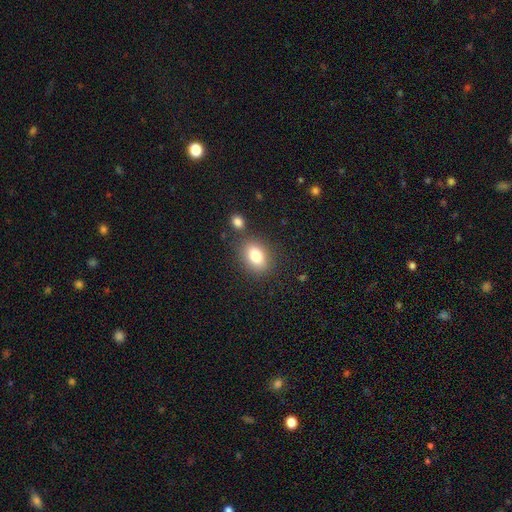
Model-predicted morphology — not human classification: smooth 81%, featured or disk 10%, star or artifact 9%. Down the decision tree: how rounded — in between (73%); merging — none (76%).